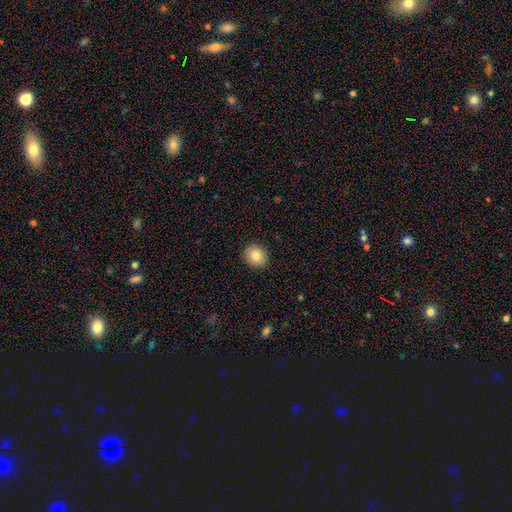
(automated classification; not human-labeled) smooth 84%, star or artifact 8%, featured or disk 7%. Down the decision tree: how rounded — round (73%); merging — none (90%).